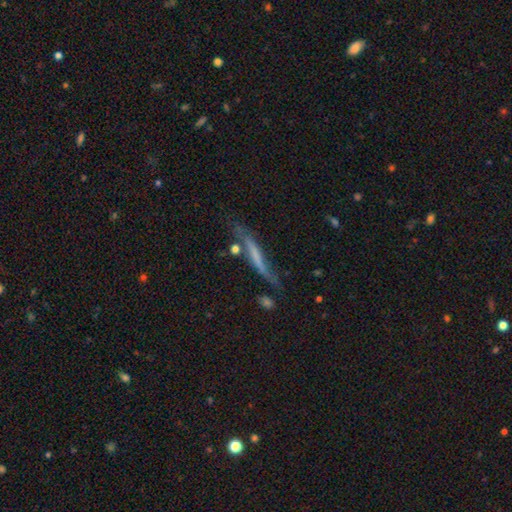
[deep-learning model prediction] A featured or disk galaxy (56%) viewed edge-on (74%). Merging: none (52%).